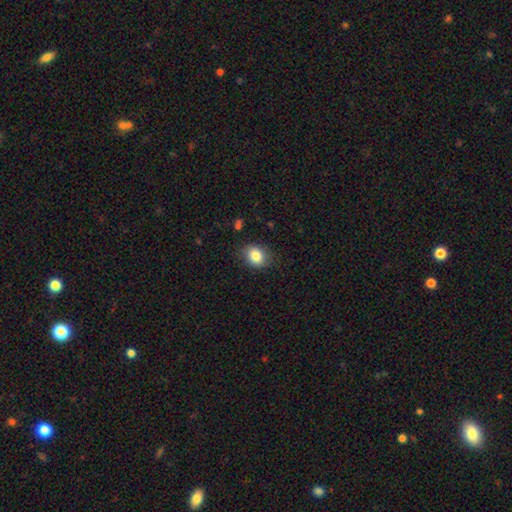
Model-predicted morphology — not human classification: smooth 83%, star or artifact 9%, featured or disk 8%. Down the decision tree: how rounded — in between (55%); merging — none (81%).